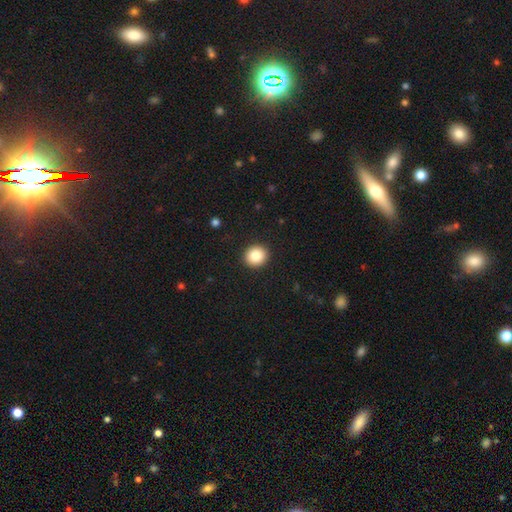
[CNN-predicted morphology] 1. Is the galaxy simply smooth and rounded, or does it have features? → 85% smooth, 9% star or artifact, 6% featured or disk.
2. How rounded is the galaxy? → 89% round, 10% in between, 1% cigar-shaped.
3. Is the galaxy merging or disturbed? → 92% none, 5% minor disturbance, 2% major disturbance, 1% merger.